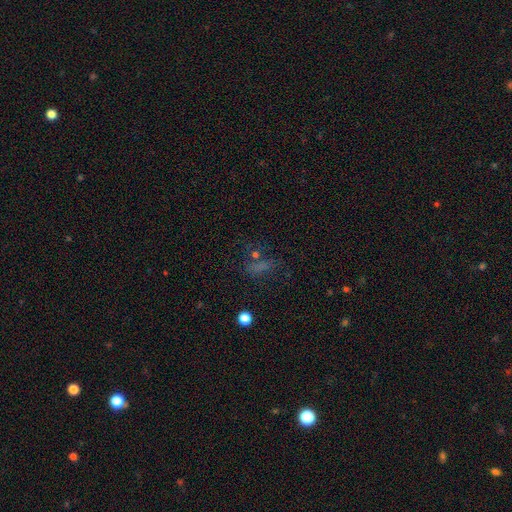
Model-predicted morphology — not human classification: type=smooth (42%); merging=none (59%).